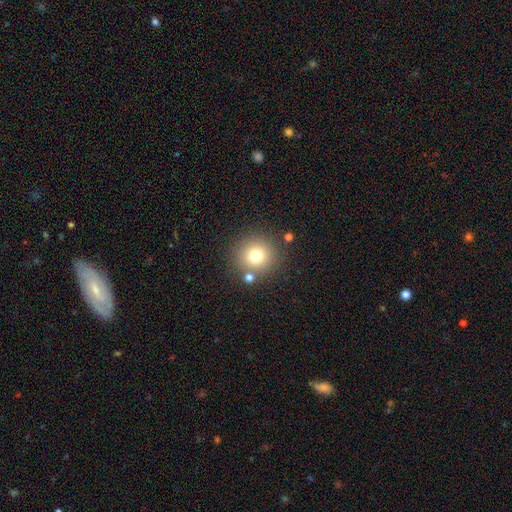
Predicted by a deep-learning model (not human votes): smooth-or-featured: smooth: 76% | star or artifact: 14% | featured or disk: 11%
  how-rounded: round: 93% | in between: 6% | cigar-shaped: 1%
  merging: none: 81% | minor disturbance: 8% | merger: 7% | major disturbance: 3%